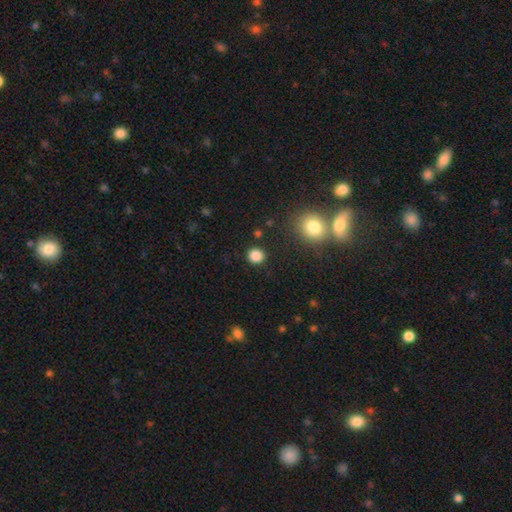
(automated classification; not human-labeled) smooth_or_featured: smooth (p=0.85) [alt: star or artifact p=0.12]
how_rounded: round (p=0.90) [alt: in between p=0.10]
merging: none (p=0.90) [alt: minor disturbance p=0.06]